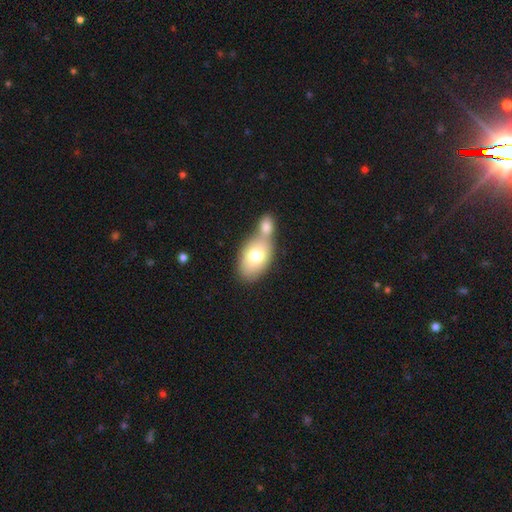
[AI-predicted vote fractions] Overall: smooth (74%). How rounded: in between (87%). Merging: merger (55%; none 32%).